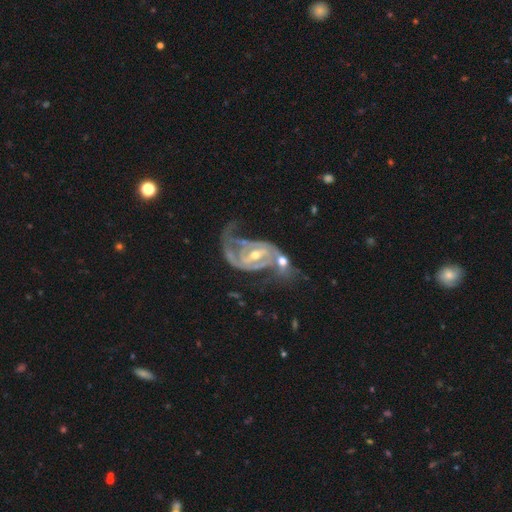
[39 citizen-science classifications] Smooth or featured? featured or disk (97%)
Edge-on disk? no (97%)
Bar? strong (68%)
Spiral arms? yes (92%)
Spiral winding? medium (59%)
Spiral arm count? 2 (100%)
Bulge size? small (54%)
Merging? none (36%)